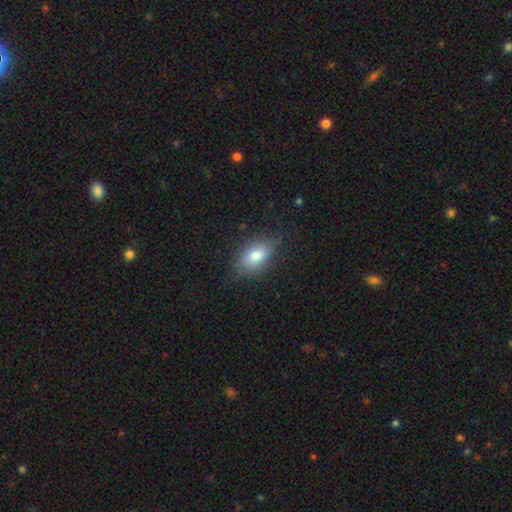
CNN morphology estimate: This appears to be a smooth galaxy with no disk features (77%) that is in between round and cigar-shaped (86%). Merging: none (70%).